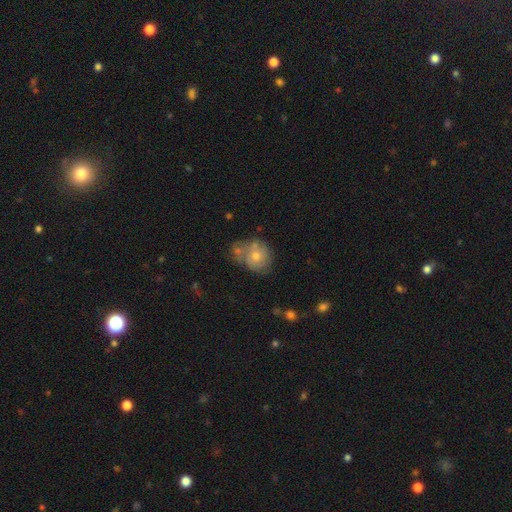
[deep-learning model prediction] A smooth galaxy with no disk features (51%) that is round (69%).

Vote fractions:
- Smooth or featured? smooth: 51% / featured or disk: 37% / star or artifact: 11%
- How rounded? round: 69% / in between: 30% / cigar-shaped: 1%
- Merging? none: 42% / merger: 27% / minor disturbance: 21% / major disturbance: 9%